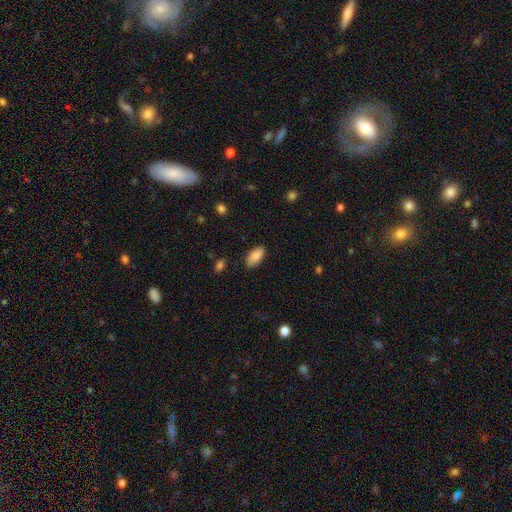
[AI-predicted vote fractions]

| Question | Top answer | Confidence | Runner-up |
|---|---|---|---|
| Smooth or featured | smooth | 84% | featured or disk (9%) |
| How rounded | in between | 94% | cigar-shaped (3%) |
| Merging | none | 83% | minor disturbance (13%) |